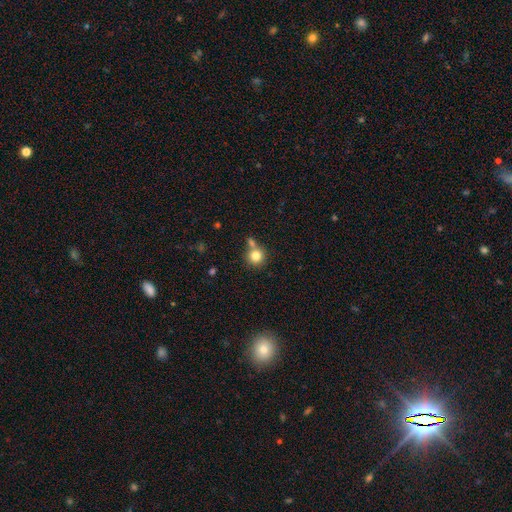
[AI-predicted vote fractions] Overall: smooth (81%). How rounded: round (91%). Merging: none (60%; merger 26%).